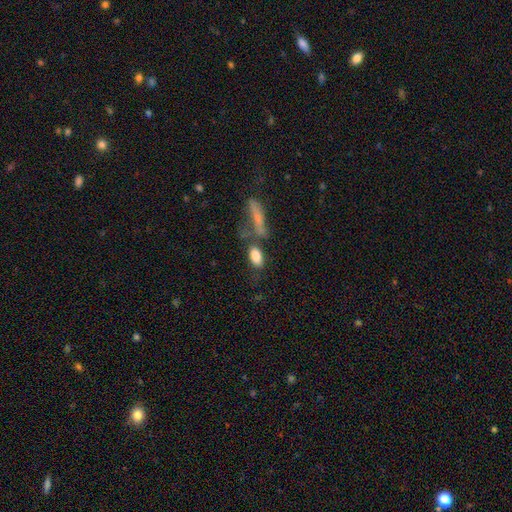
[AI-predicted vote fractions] A smooth galaxy with no disk features (82%) that is in between round and cigar-shaped (88%).

Vote fractions:
- Smooth or featured? smooth: 82% / featured or disk: 10% / star or artifact: 8%
- How rounded? in between: 88% / cigar-shaped: 8% / round: 4%
- Merging? none: 54% / merger: 24% / minor disturbance: 14% / major disturbance: 7%